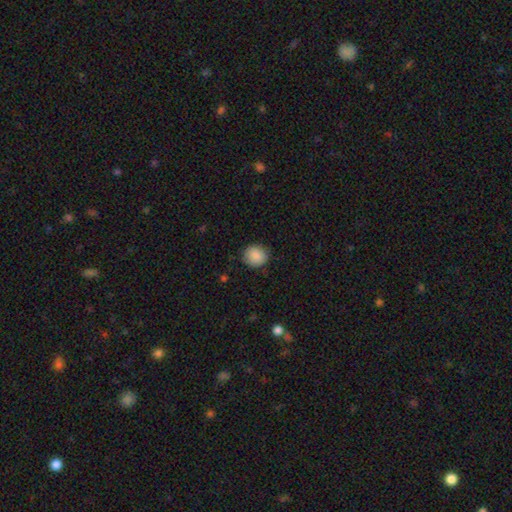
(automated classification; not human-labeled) Overall: smooth (89%). How rounded: round (83%). Merging: none (85%).